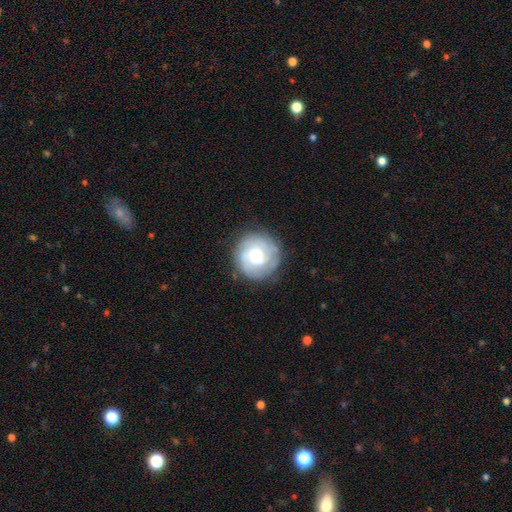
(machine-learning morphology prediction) This is likely a featured or disk galaxy (61%). It is clearly not viewed edge-on (98%). Bar: possibly no (56%). Spiral arm pattern: clearly yes (84%). Spiral arm count: marginally can't tell (35%). Spiral winding: likely tight (60%). Central bulge: possibly moderate (57%). Merging: clearly none (82%).